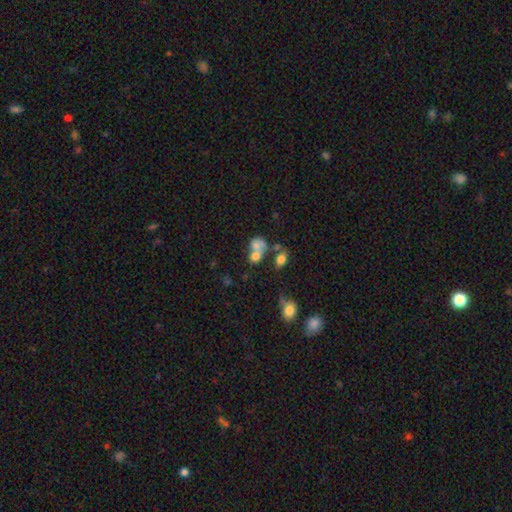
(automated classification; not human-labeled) This appears to be a smooth galaxy with no disk features (69%) that is round (50%). Merging: merger (57%).